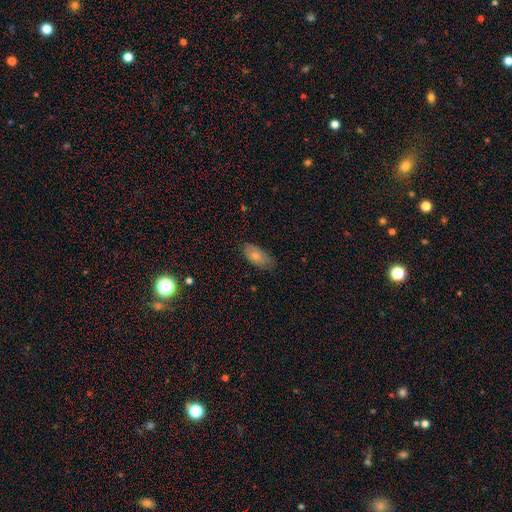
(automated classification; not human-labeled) smooth_or_featured: smooth (p=0.78) [alt: featured or disk p=0.15]
how_rounded: in between (p=0.91) [alt: cigar-shaped p=0.05]
merging: none (p=0.63) [alt: minor disturbance p=0.30]